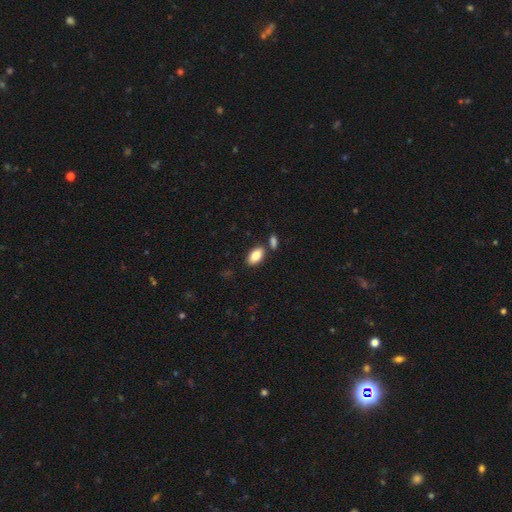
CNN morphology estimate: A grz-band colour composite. It shows a smooth galaxy with no disk features (84%) that is in between round and cigar-shaped (93%). Merging: none (76%).